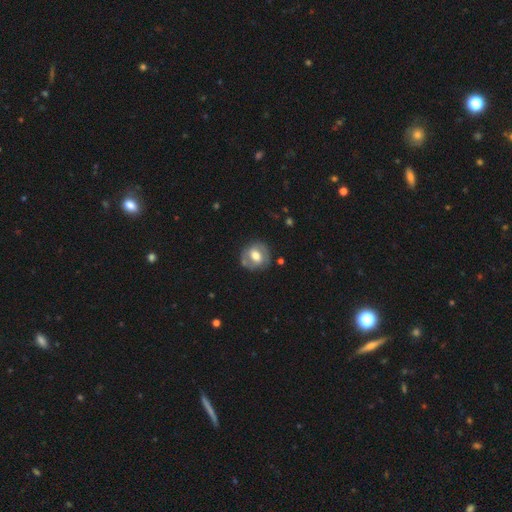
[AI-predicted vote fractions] Smooth or featured: featured or disk — 48% (smooth — 46%)
Merging: none — 76% (minor disturbance — 16%)